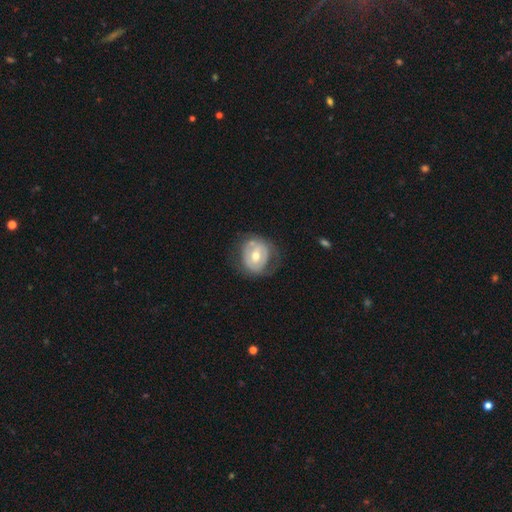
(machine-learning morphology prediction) featured or disk 58%, smooth 37%, star or artifact 6%. Down the decision tree: edge-on disk — no (96%); bar — no (47%); spiral arms — no (63%); bulge size — moderate (72%); merging — none (57%).